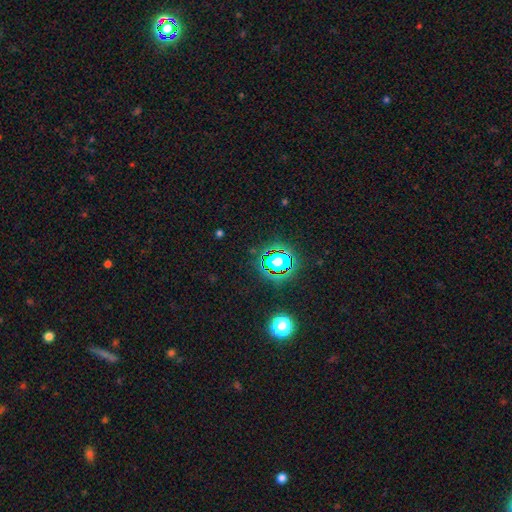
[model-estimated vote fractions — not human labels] star or artifact 80%, smooth 13%, featured or disk 7%.